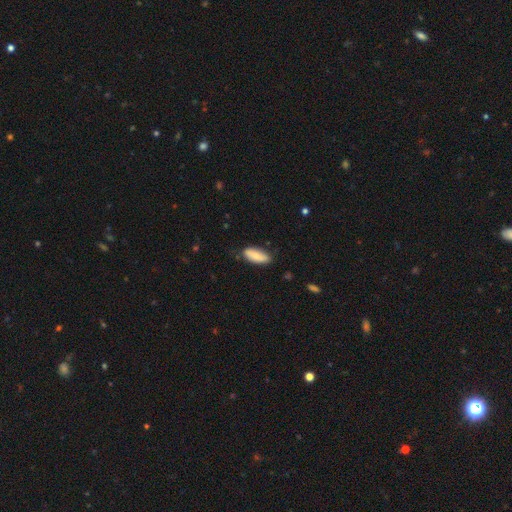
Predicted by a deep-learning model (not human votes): Smooth or featured: smooth — 76% (featured or disk — 18%)
How rounded: in between — 80% (cigar-shaped — 18%)
Merging: none — 74% (minor disturbance — 21%)